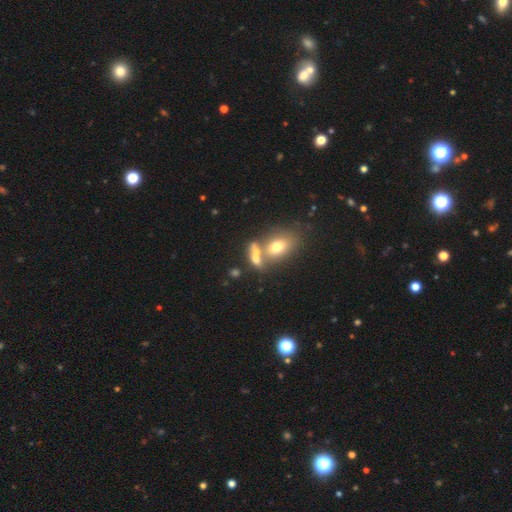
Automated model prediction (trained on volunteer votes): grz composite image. It shows a smooth galaxy with no disk features (61%) that is in between round and cigar-shaped (68%). Merging: merger (52%).